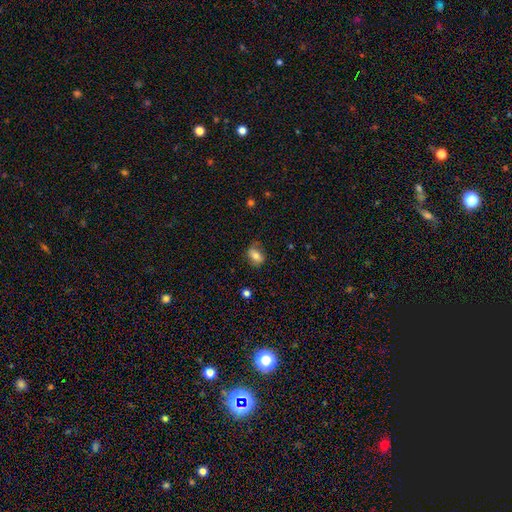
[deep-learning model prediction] smooth-or-featured: smooth: 71% | featured or disk: 20% | star or artifact: 9%
  how-rounded: in between: 76% | round: 20% | cigar-shaped: 3%
  merging: none: 70% | minor disturbance: 21% | major disturbance: 7% | merger: 2%